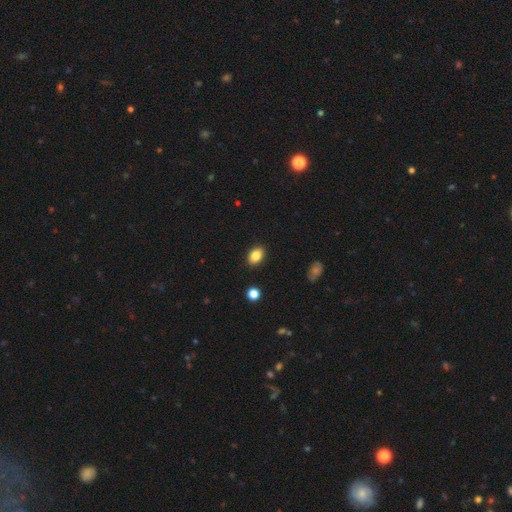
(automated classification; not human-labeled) Smooth or featured: smooth — 85% (star or artifact — 9%)
How rounded: in between — 81% (round — 18%)
Merging: none — 89% (minor disturbance — 7%)